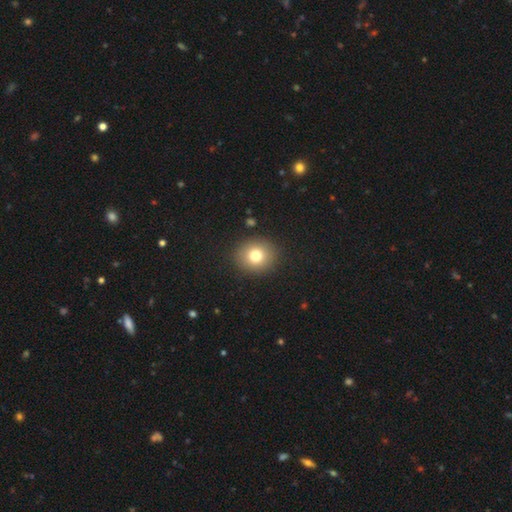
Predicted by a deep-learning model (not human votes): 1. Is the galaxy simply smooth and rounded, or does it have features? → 78% smooth, 12% star or artifact, 11% featured or disk.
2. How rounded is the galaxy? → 82% round, 17% in between, 1% cigar-shaped.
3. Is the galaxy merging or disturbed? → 90% none, 7% minor disturbance, 2% major disturbance, 1% merger.